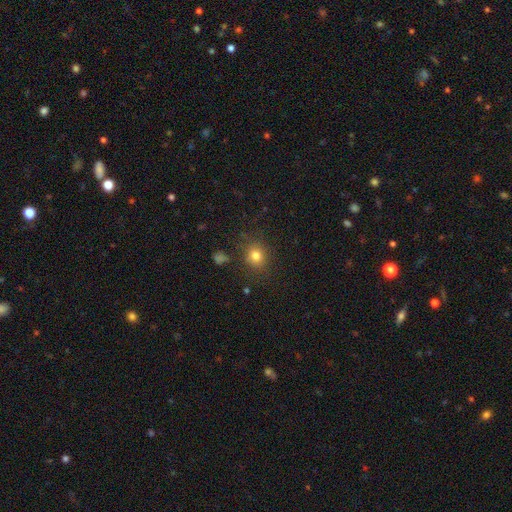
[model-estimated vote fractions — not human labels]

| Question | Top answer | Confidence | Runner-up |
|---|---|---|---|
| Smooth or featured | smooth | 79% | star or artifact (14%) |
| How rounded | round | 78% | in between (21%) |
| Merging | none | 83% | minor disturbance (11%) |